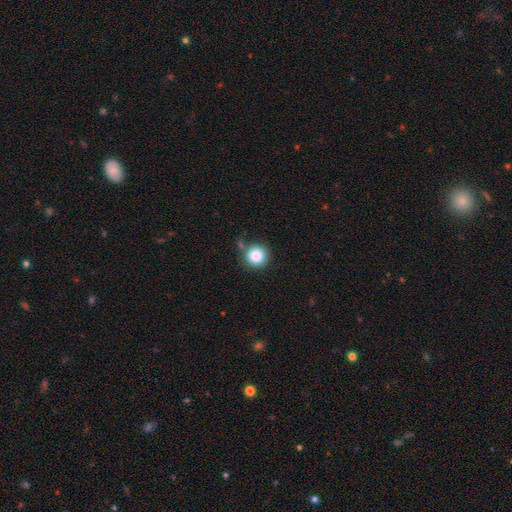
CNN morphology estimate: A smooth galaxy with no disk features (85%) that is round (94%). Merging: none (77%).